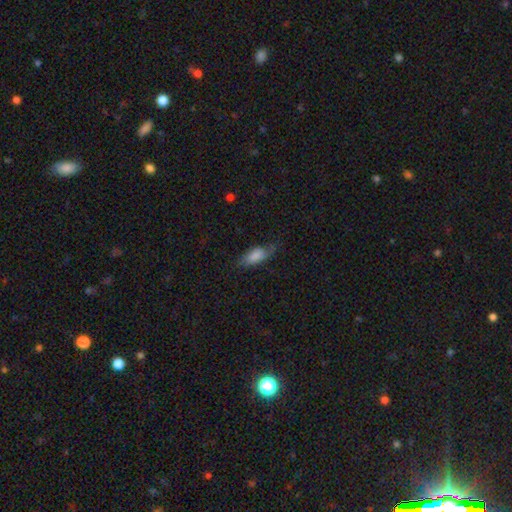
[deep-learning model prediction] smooth_or_featured: smooth (p=0.74) [alt: featured or disk p=0.18]
how_rounded: in between (p=0.81) [alt: cigar-shaped p=0.16]
merging: none (p=0.60) [alt: minor disturbance p=0.28]